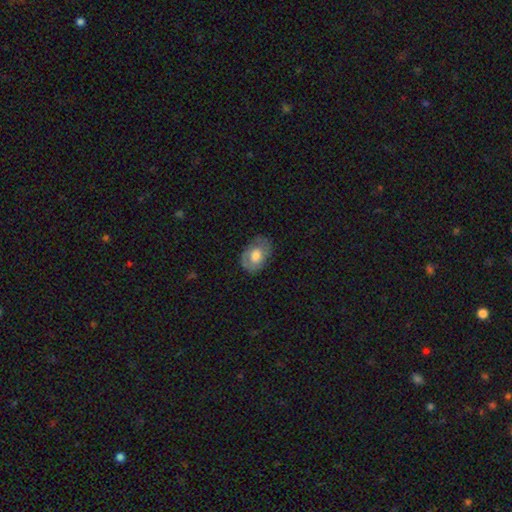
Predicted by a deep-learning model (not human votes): smooth-or-featured: smooth: 58% | featured or disk: 36% | star or artifact: 7%
  how-rounded: in between: 81% | round: 18% | cigar-shaped: 1%
  merging: none: 70% | minor disturbance: 21% | major disturbance: 7% | merger: 1%